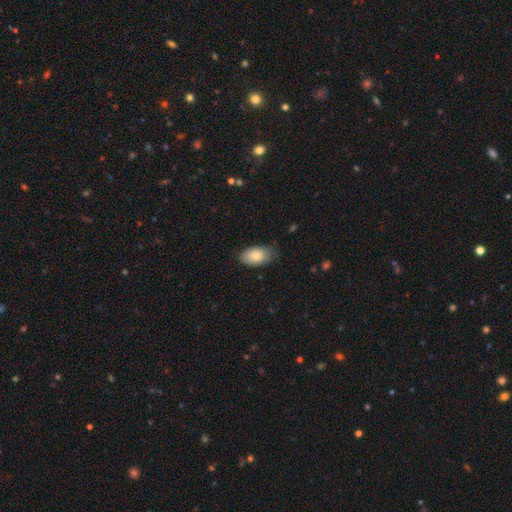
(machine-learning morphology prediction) Smooth or featured? smooth (83%)
How rounded? in between (93%)
Merging? none (74%)